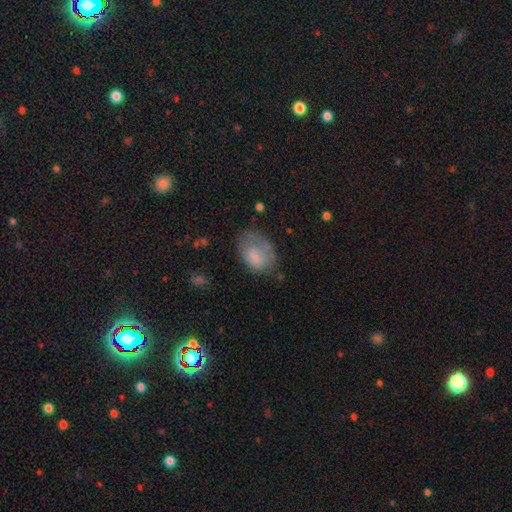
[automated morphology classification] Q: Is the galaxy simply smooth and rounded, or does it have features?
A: smooth — 70%.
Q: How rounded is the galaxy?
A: in between — 78%.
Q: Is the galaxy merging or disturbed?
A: none — 45%.